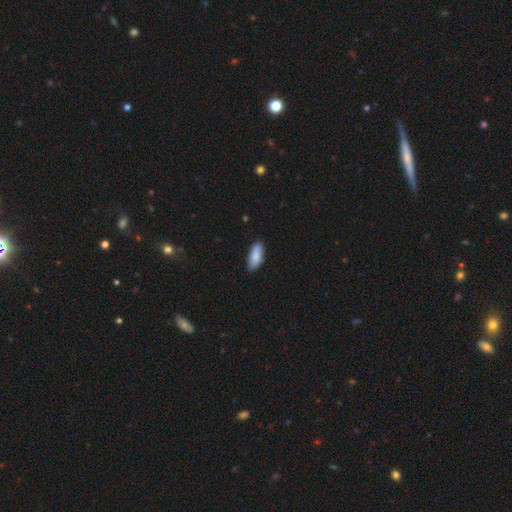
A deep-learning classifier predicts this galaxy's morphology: smooth 86%, featured or disk 8%, star or artifact 6%. Down the decision tree: how rounded — in between (81%); merging — none (85%).